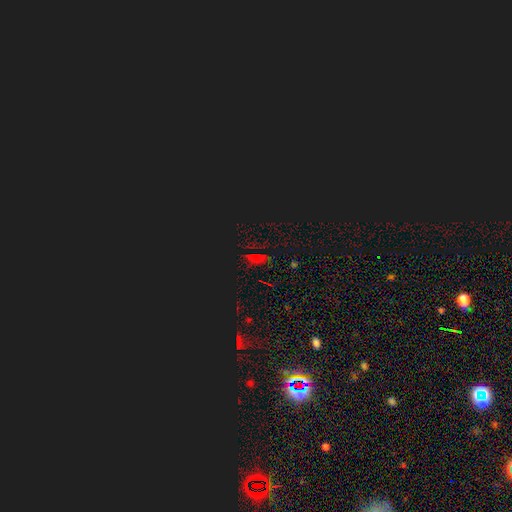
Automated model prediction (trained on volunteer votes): A star or artifact, not a galaxy (70%).

Vote fractions:
- Smooth or featured? star or artifact: 70% / smooth: 22% / featured or disk: 8%